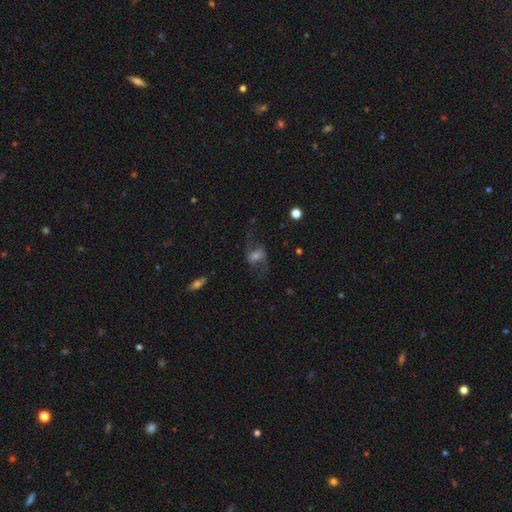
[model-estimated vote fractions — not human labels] A featured or disk galaxy (67%) with a weak bar (45%), 2 (89%) loose (69%) spiral arms (87%) and a moderate central bulge (43%).

Vote fractions:
- Smooth or featured? featured or disk: 67% / smooth: 20% / star or artifact: 14%
- Edge-on disk? no: 94% / yes: 6%
- Bar? weak: 45% / no: 38% / strong: 16%
- Spiral arms? yes: 87% / no: 13%
- Spiral winding? loose: 69% / medium: 26% / tight: 5%
- Spiral arm count? 2: 89% / can't tell: 5% / 1: 3% / 3: 1% / 4: 1% / more than 4: 1%
- Bulge size? moderate: 43% / small: 35% / large: 11% / none: 9% / dominant: 2%
- Merging? none: 64% / major disturbance: 18% / minor disturbance: 16% / merger: 2%